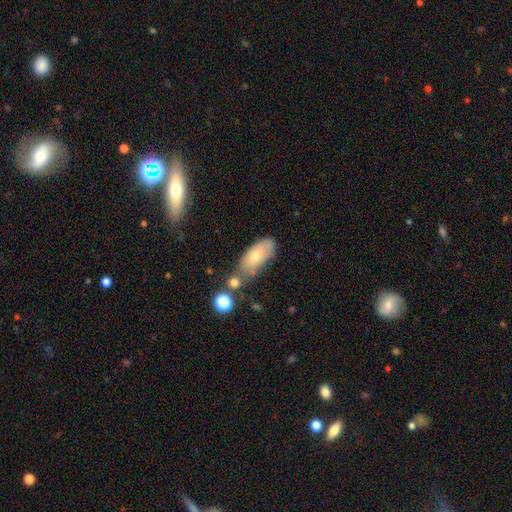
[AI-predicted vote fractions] Morphology: type=smooth (66%); roundness=in between (84%); merging=none (49%).